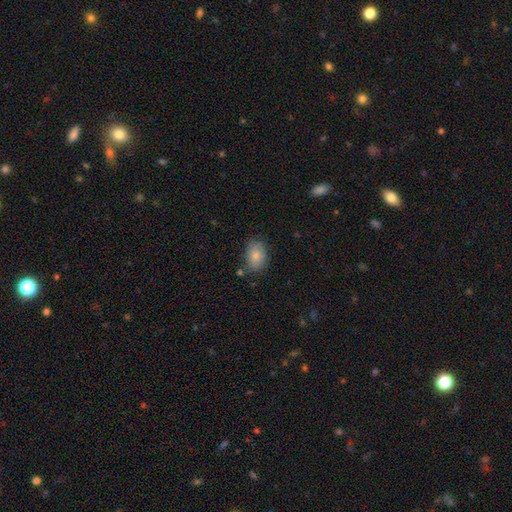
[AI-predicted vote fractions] This is clearly a smooth galaxy (83%). How rounded: clearly in between (81%). Merging: likely none (72%).